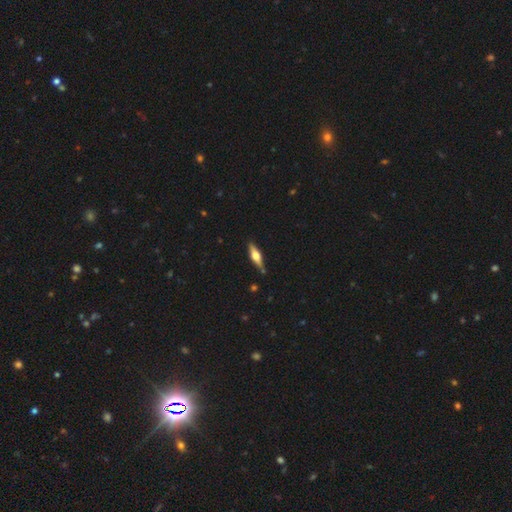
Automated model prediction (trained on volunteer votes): This appears to be a featured or disk galaxy (57%) viewed edge-on (94%) with a rounded central bulge (92%). Merging: none (86%).